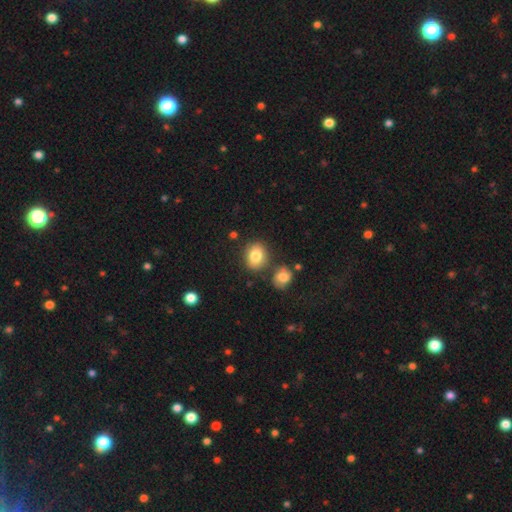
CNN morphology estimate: Smooth or featured? smooth (83%)
How rounded? round (57%)
Merging? none (75%)